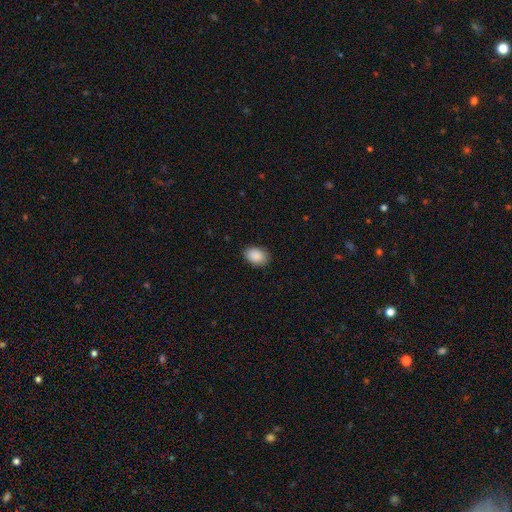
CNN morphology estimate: type=smooth (90%); roundness=in between (84%); merging=none (85%).